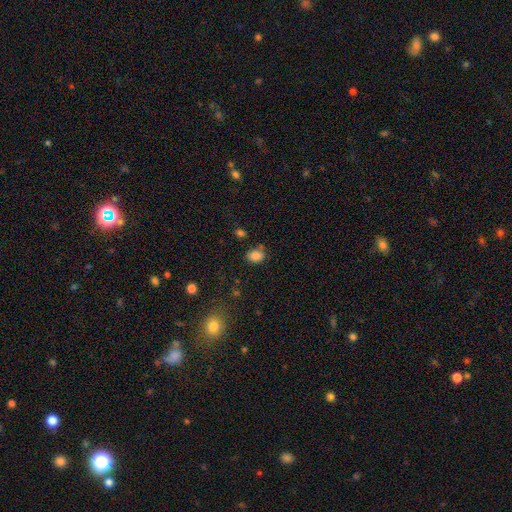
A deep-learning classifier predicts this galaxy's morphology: Smooth or featured? smooth (83%)
How rounded? in between (59%)
Merging? none (70%)